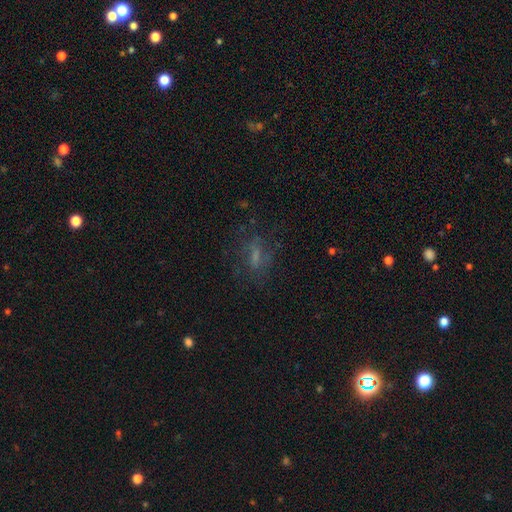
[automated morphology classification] This is marginally a smooth galaxy (42%). Merging: likely none (62%).